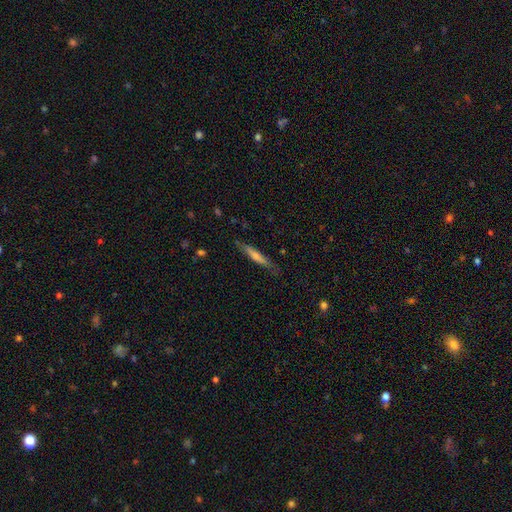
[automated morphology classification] type=smooth (50%); merging=none (82%).